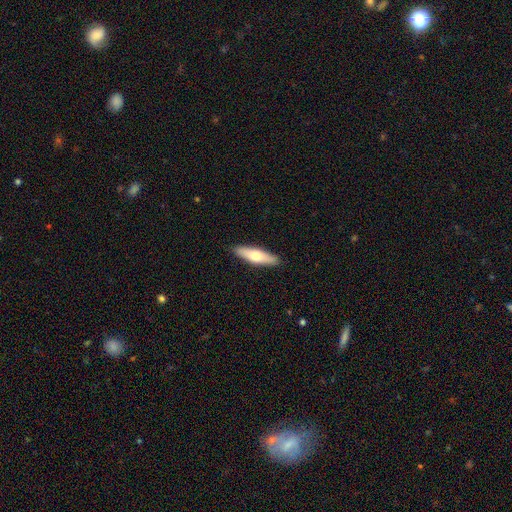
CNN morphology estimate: This is likely a smooth galaxy (61%). How rounded: likely cigar-shaped (63%). Merging: clearly none (90%).